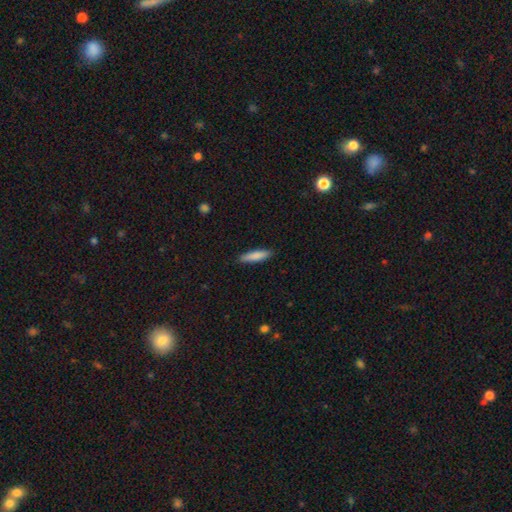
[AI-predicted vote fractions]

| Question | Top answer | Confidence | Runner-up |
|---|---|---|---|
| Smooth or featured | smooth | 84% | featured or disk (11%) |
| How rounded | cigar-shaped | 80% | in between (19%) |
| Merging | none | 88% | minor disturbance (9%) |